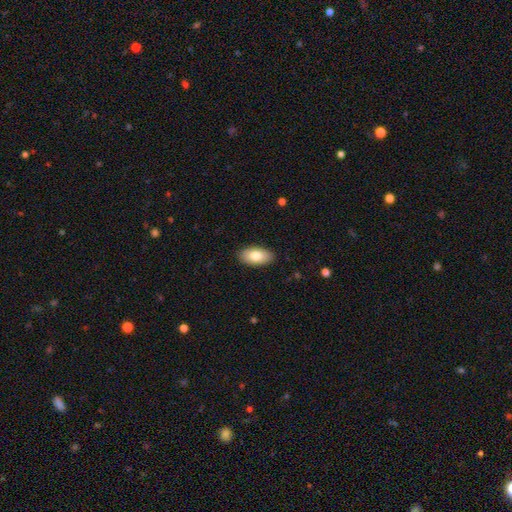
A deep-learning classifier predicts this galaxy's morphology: A smooth galaxy with no disk features (80%) that is in between round and cigar-shaped (94%). Merging: none (89%).